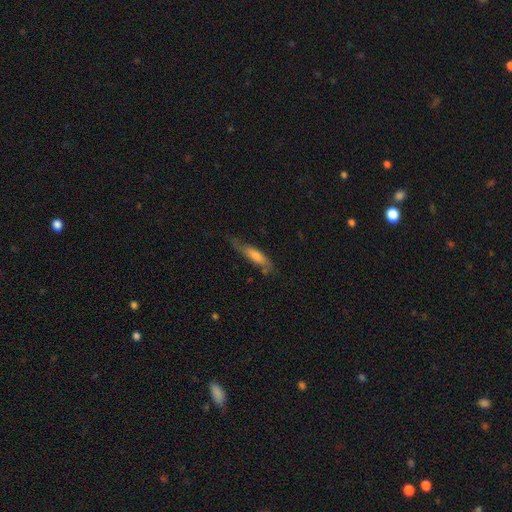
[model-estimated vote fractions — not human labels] Smooth or featured: smooth — 52% (featured or disk — 41%)
How rounded: cigar-shaped — 72% (in between — 26%)
Merging: none — 57% (minor disturbance — 28%)